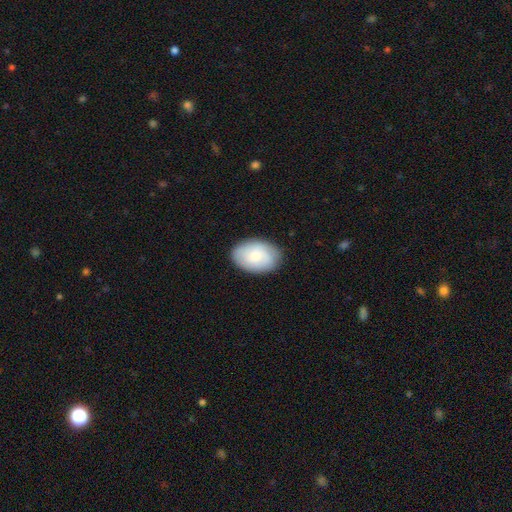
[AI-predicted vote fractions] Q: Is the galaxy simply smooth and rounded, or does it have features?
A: smooth — 70%.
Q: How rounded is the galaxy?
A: in between — 84%.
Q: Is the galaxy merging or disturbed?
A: none — 84%.